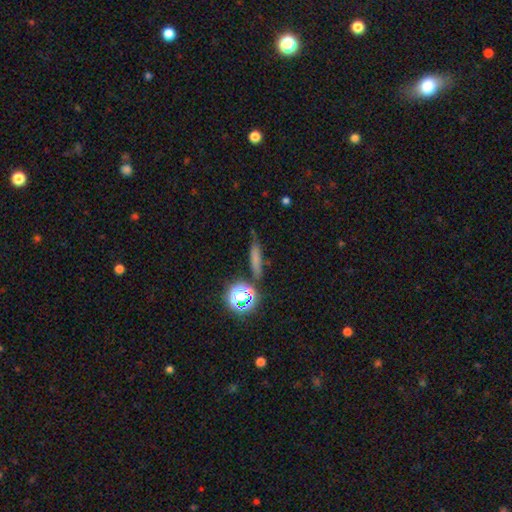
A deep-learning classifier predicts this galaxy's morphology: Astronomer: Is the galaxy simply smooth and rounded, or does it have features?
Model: smooth — 47% (runner-up: star or artifact, 30%).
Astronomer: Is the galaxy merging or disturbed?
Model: none — 78%.